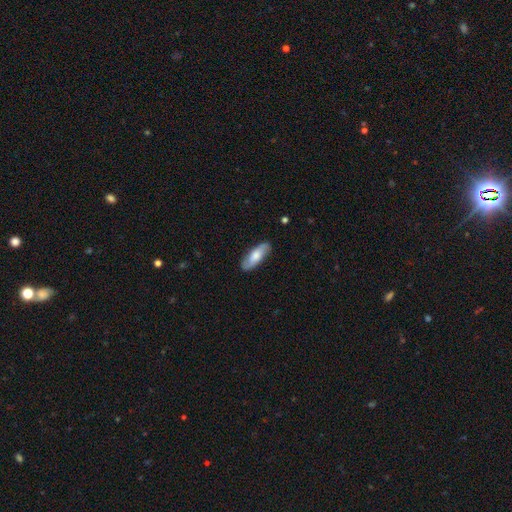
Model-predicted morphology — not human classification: smooth 52%, featured or disk 42%, star or artifact 6%. Down the decision tree: how rounded — in between (64%); merging — none (85%).